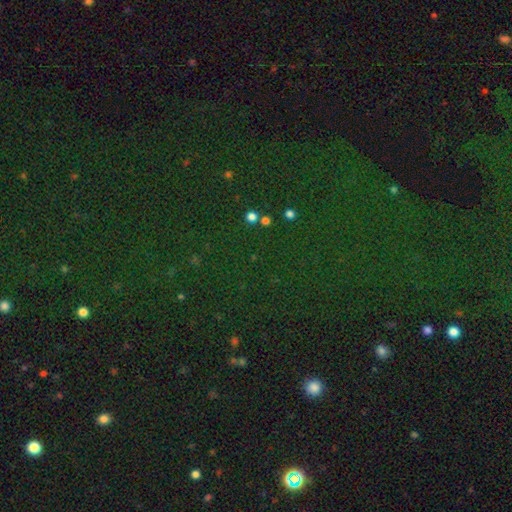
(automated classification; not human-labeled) A star or artifact, not a galaxy (79%).

Vote fractions:
- Smooth or featured? star or artifact: 79% / smooth: 13% / featured or disk: 7%